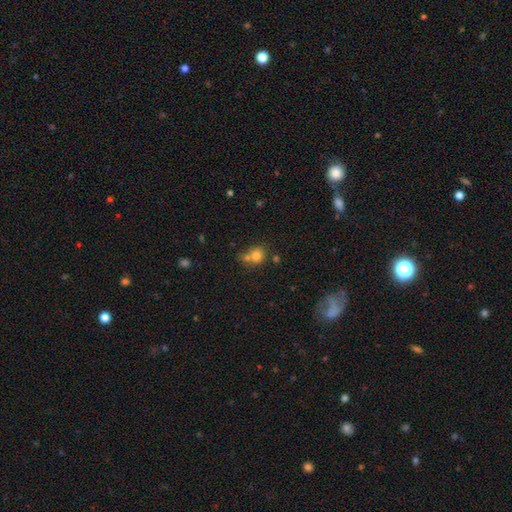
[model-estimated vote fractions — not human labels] smooth-or-featured: smooth: 77% | star or artifact: 13% | featured or disk: 10%
  how-rounded: round: 80% | in between: 19% | cigar-shaped: 1%
  merging: none: 48% | merger: 36% | minor disturbance: 11% | major disturbance: 5%